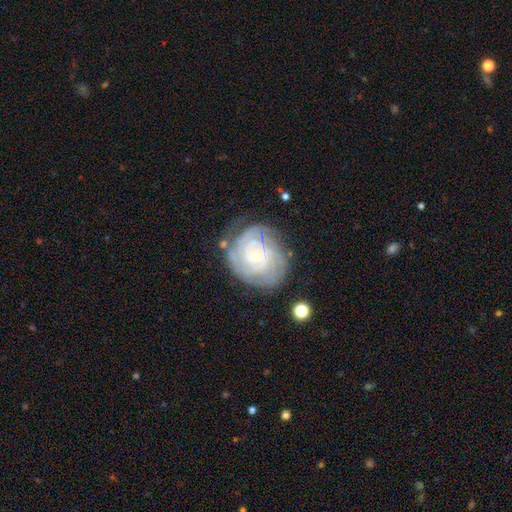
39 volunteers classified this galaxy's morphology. featured or disk 87%, smooth 13%, star or artifact 0%. Down the decision tree: edge-on disk — no (91%); bar — no (90%); spiral arms — yes (94%); spiral arm count — can't tell (45%); spiral winding — tight (90%); bulge size — small (74%); merging — none (41%, tied with minor disturbance).